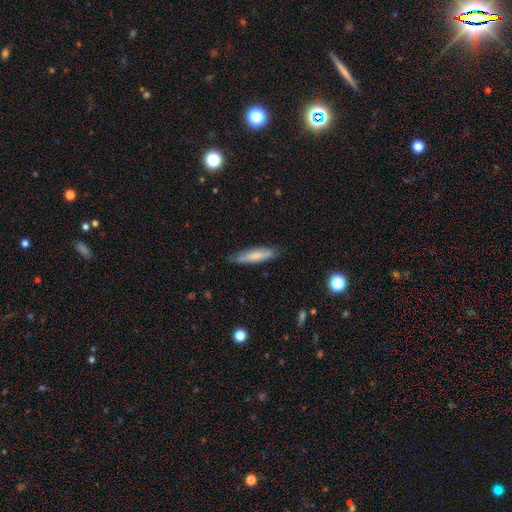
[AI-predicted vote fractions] This appears to be a smooth galaxy with no disk features (73%) that is cigar-shaped (76%). Merging: none (82%).